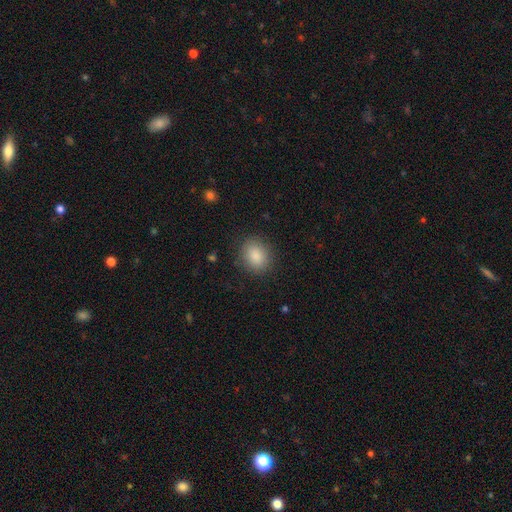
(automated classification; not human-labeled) This appears to be a smooth galaxy with no disk features (88%) that is round (56%). Merging: none (86%).